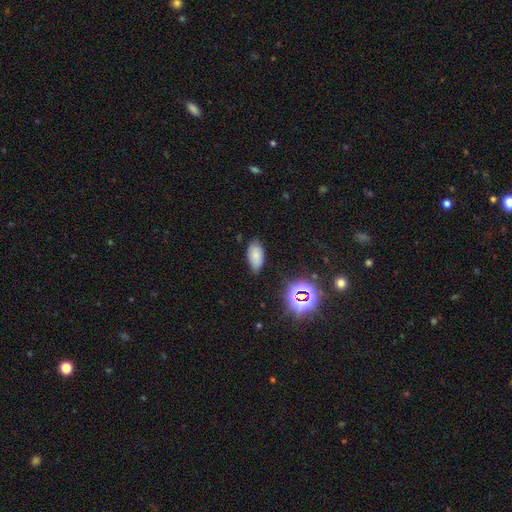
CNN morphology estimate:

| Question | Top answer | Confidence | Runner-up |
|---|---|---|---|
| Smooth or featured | smooth | 76% | star or artifact (14%) |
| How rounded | in between | 93% | round (4%) |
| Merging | none | 77% | minor disturbance (18%) |